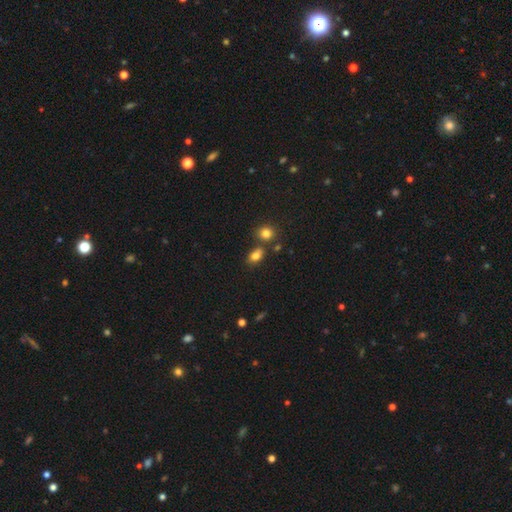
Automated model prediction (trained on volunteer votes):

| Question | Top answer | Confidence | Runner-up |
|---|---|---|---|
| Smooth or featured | smooth | 80% | star or artifact (12%) |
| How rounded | in between | 73% | round (25%) |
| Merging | none | 63% | merger (21%) |